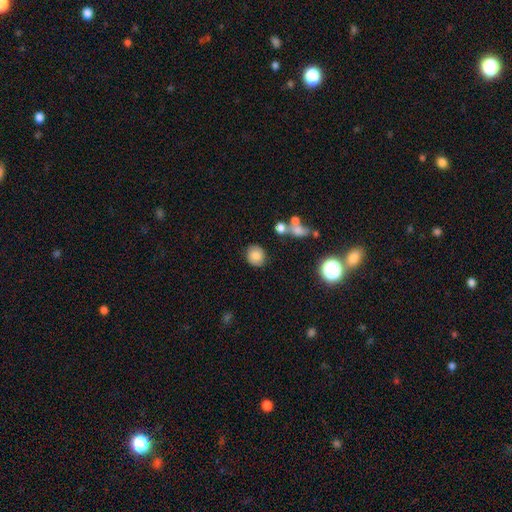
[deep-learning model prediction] Q: Smooth or featured?
A: smooth (77%); runner-up: featured or disk (13%)
Q: How rounded?
A: round (75%); runner-up: in between (23%)
Q: Merging?
A: none (82%); runner-up: minor disturbance (10%)